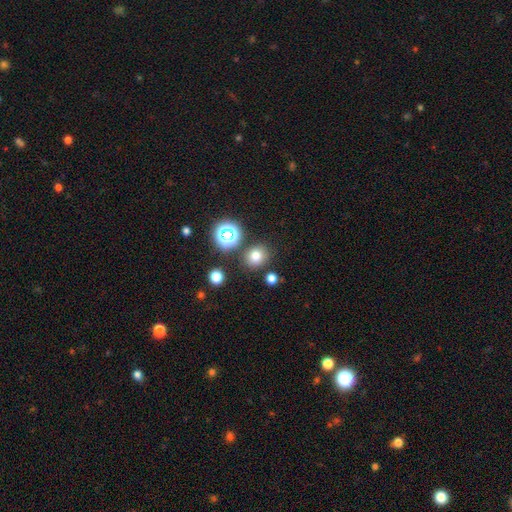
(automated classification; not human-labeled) Smooth or featured?
  - smooth: 74% *
  - star or artifact: 19%
  - featured or disk: 7%
How rounded?
  - round: 72% *
  - in between: 27%
  - cigar-shaped: 1%
Merging?
  - none: 81% *
  - minor disturbance: 9%
  - merger: 6%
  - major disturbance: 3%